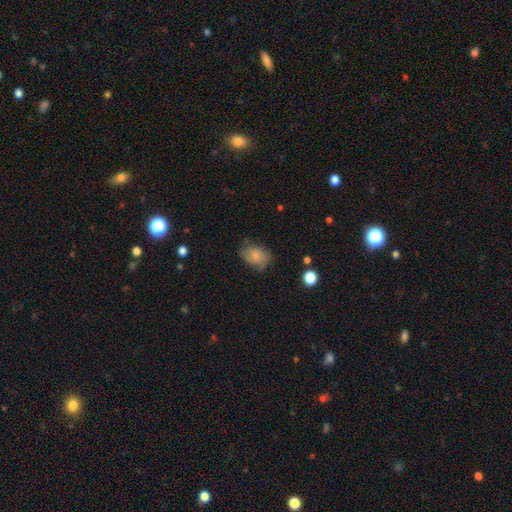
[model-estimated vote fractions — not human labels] smooth_or_featured: smooth (p=0.69) [alt: featured or disk p=0.23]
how_rounded: in between (p=0.71) [alt: round p=0.27]
merging: none (p=0.59) [alt: minor disturbance p=0.29]